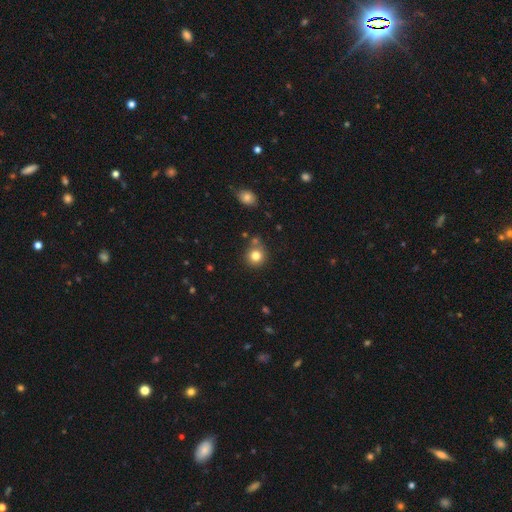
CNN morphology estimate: Smooth or featured?
  - smooth: 81% *
  - star or artifact: 12%
  - featured or disk: 7%
How rounded?
  - round: 90% *
  - in between: 9%
  - cigar-shaped: 1%
Merging?
  - none: 75% *
  - minor disturbance: 11%
  - merger: 11%
  - major disturbance: 3%